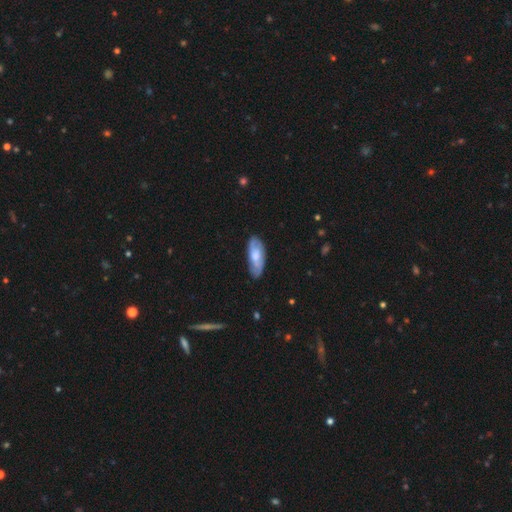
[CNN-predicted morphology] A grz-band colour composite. It shows a smooth galaxy with no disk features (53%) that is in between round and cigar-shaped (77%). Merging: none (79%).